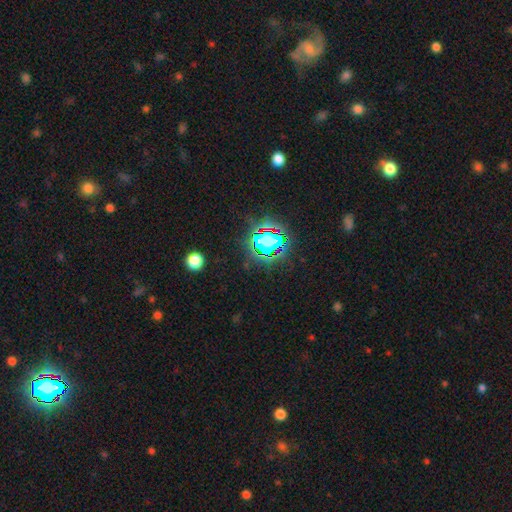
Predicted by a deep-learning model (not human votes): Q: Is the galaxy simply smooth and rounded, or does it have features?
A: star or artifact — 80%.